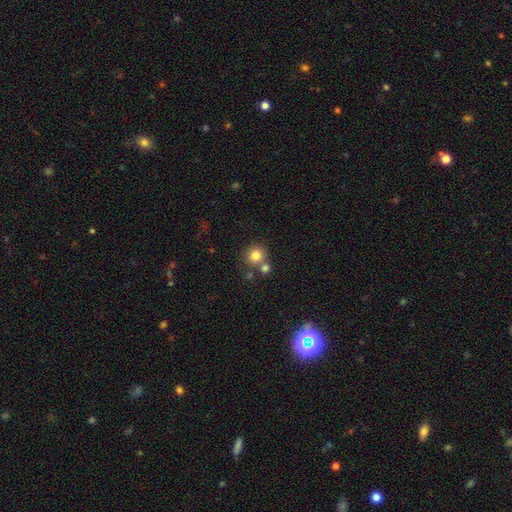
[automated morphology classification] Smooth or featured? smooth (81%)
How rounded? round (89%)
Merging? none (65%)